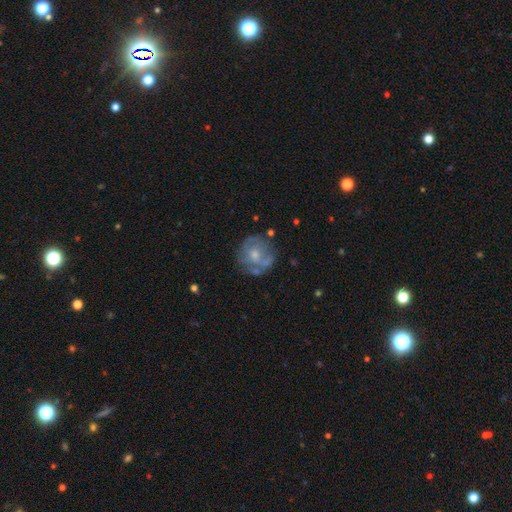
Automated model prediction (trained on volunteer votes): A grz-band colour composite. It shows a featured or disk galaxy (54%) with no bar (81%), no spiral arms (68%) and a moderate central bulge (54%). Merging: none (62%).